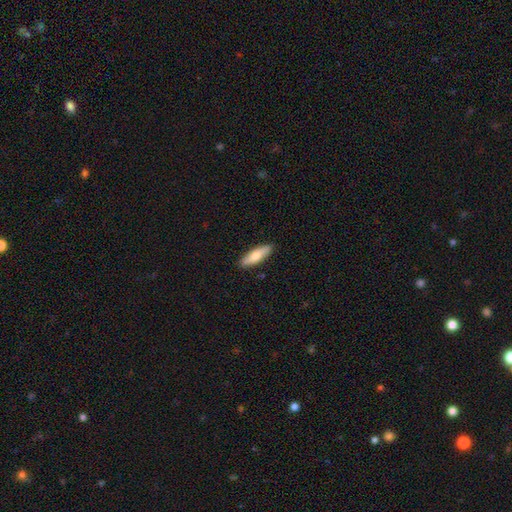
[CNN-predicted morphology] The model was most divided on "how rounded": cigar-shaped: 55%, in between: 44%, round: 2%. More confident: merging — none (89%); smooth or featured — smooth (75%).